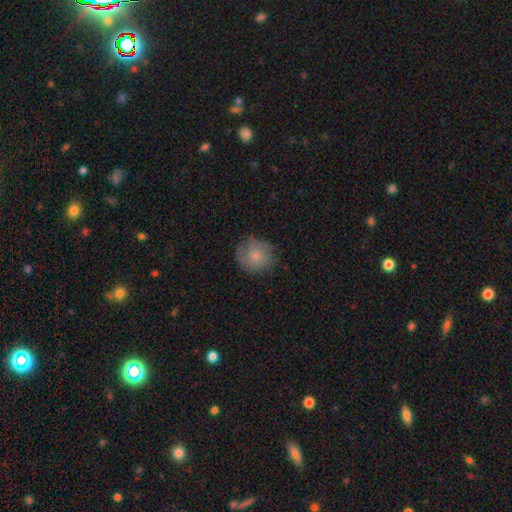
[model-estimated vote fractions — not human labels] This is likely a smooth galaxy (75%). How rounded: clearly round (86%). Merging: likely none (74%).